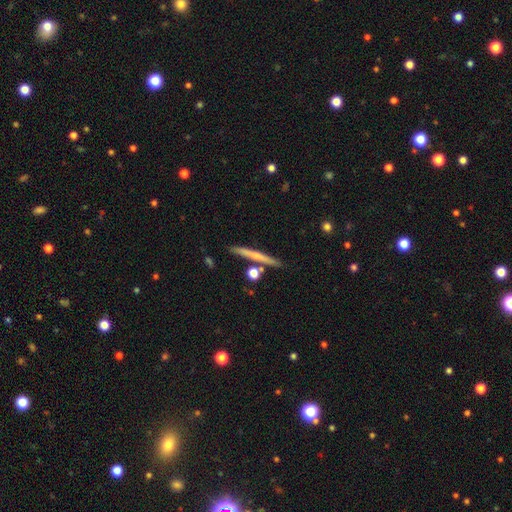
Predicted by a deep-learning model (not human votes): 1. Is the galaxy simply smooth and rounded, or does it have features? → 47% smooth, 46% featured or disk, 7% star or artifact.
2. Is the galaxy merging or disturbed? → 85% none, 8% minor disturbance, 6% merger, 2% major disturbance.